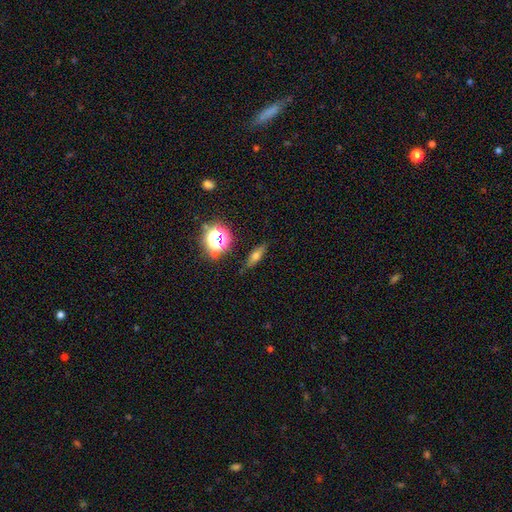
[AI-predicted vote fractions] This is possibly a smooth galaxy (53%). How rounded: possibly cigar-shaped (46%). Merging: clearly none (82%).